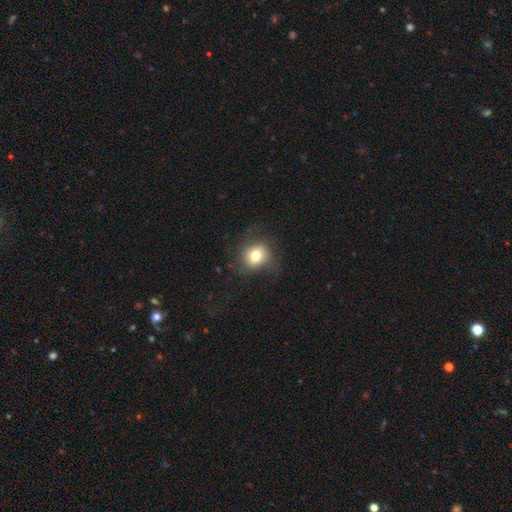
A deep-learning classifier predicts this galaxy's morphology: The model was most divided on "how rounded": round: 66%, in between: 33%, cigar-shaped: 1%. More confident: smooth or featured — smooth (76%); merging — none (73%).